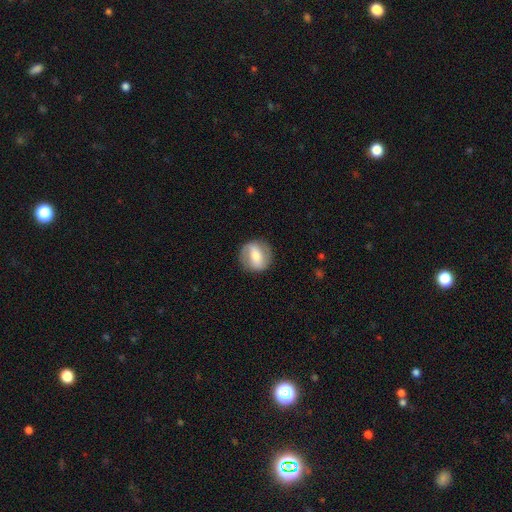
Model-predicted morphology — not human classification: The model was most divided on "smooth or featured": featured or disk: 54%, smooth: 40%, star or artifact: 7%. More confident: edge-on disk — no (94%); merging — none (85%); spiral arms — yes (62%); bulge size — moderate (57%); bar — strong (52%).